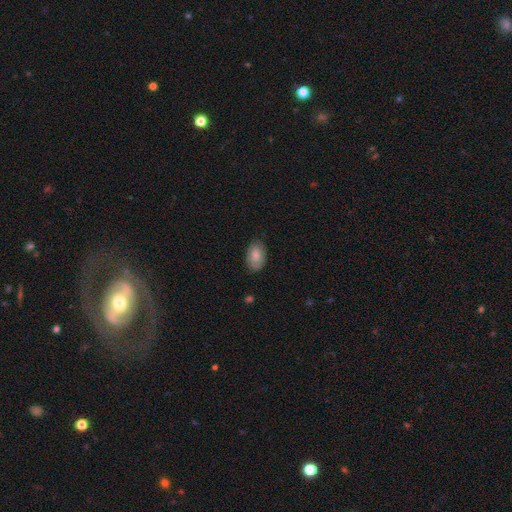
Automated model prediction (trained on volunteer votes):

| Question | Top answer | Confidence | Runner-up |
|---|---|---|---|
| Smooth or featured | smooth | 79% | featured or disk (15%) |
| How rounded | in between | 92% | round (7%) |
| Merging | none | 81% | minor disturbance (15%) |